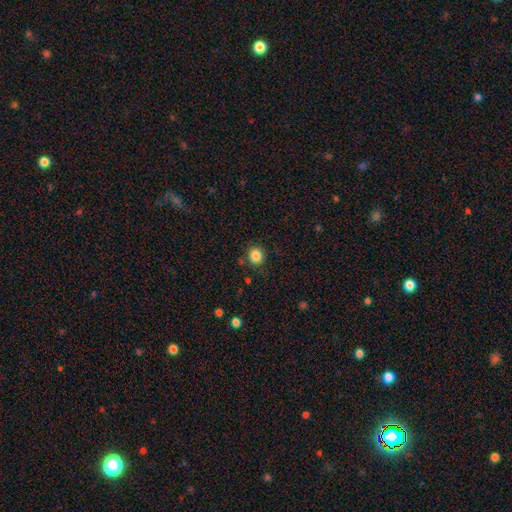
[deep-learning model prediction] smooth 85%, star or artifact 11%, featured or disk 4%. Down the decision tree: how rounded — round (86%); merging — none (85%).